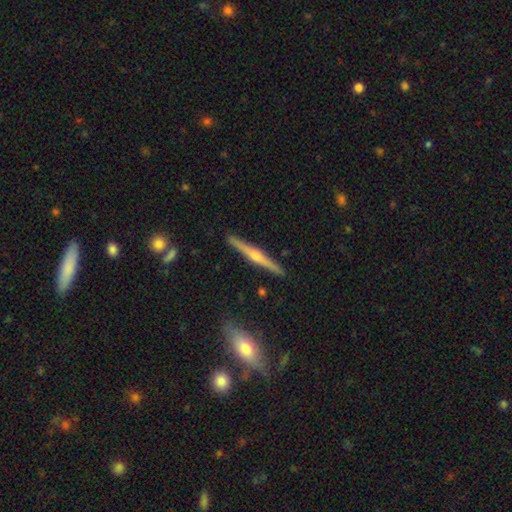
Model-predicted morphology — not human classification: Q: Smooth or featured?
A: featured or disk (77%); runner-up: smooth (17%)
Q: Edge-on disk?
A: yes (98%); runner-up: no (2%)
Q: Edge-on bulge?
A: rounded (91%); runner-up: none (5%)
Q: Merging?
A: none (91%); runner-up: minor disturbance (6%)